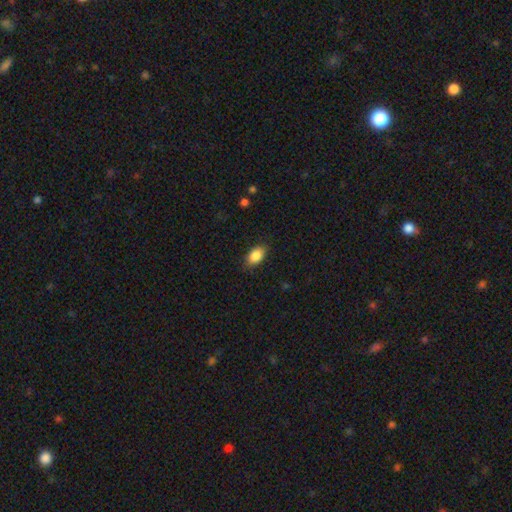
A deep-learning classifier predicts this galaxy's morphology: A smooth galaxy with no disk features (86%) that is in between round and cigar-shaped (89%). Merging: none (84%).